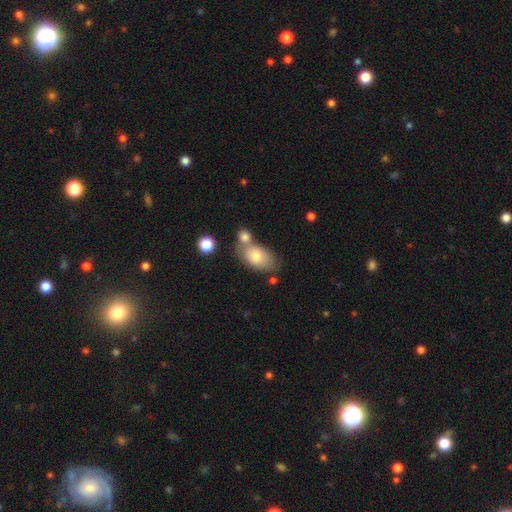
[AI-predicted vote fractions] Q: Smooth or featured?
A: smooth (77%); runner-up: featured or disk (16%)
Q: How rounded?
A: in between (88%); runner-up: round (9%)
Q: Merging?
A: none (43%); runner-up: merger (37%)